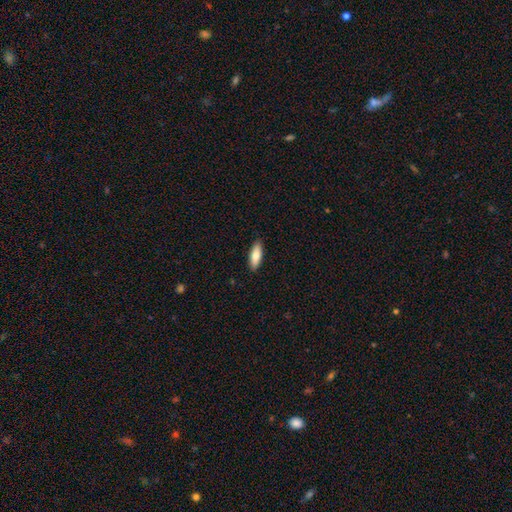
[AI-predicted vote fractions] Q: Smooth or featured?
A: smooth (79%); runner-up: featured or disk (15%)
Q: How rounded?
A: in between (59%); runner-up: cigar-shaped (39%)
Q: Merging?
A: none (90%); runner-up: minor disturbance (8%)